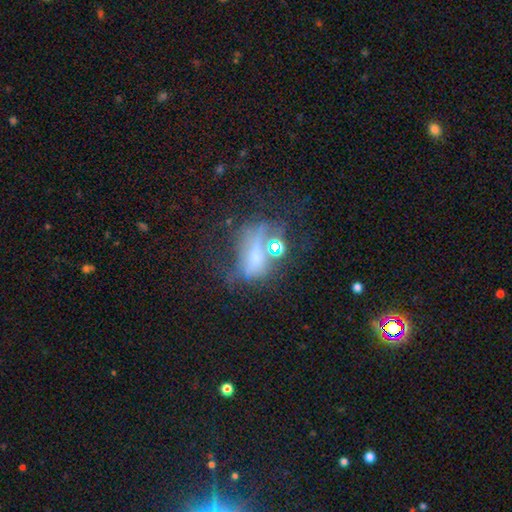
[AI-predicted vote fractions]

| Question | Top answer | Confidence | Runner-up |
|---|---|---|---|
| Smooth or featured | featured or disk | 40% | smooth (38%) |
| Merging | major disturbance | 34% | none (28%) |